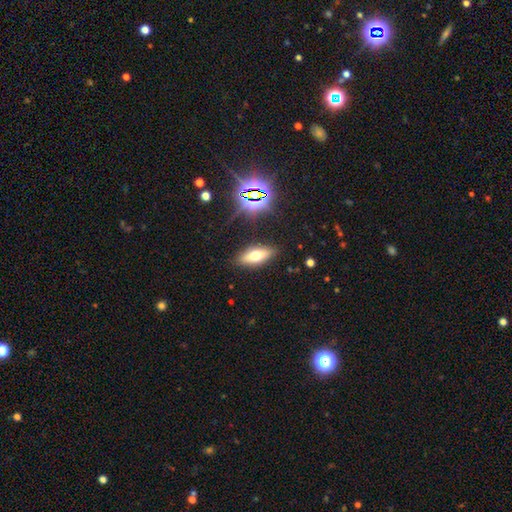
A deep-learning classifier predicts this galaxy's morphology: smooth_or_featured: smooth (p=0.61) [alt: featured or disk p=0.24]
how_rounded: in between (p=0.72) [alt: cigar-shaped p=0.24]
merging: none (p=0.87) [alt: minor disturbance p=0.09]